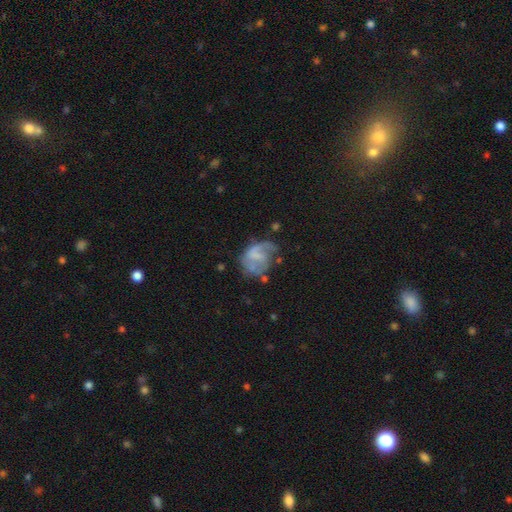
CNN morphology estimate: Smooth or featured? featured or disk (57%)
Edge-on disk? no (98%)
Bar? no (55%)
Spiral arms? yes (66%)
Bulge size? none (58%)
Merging? none (39%)